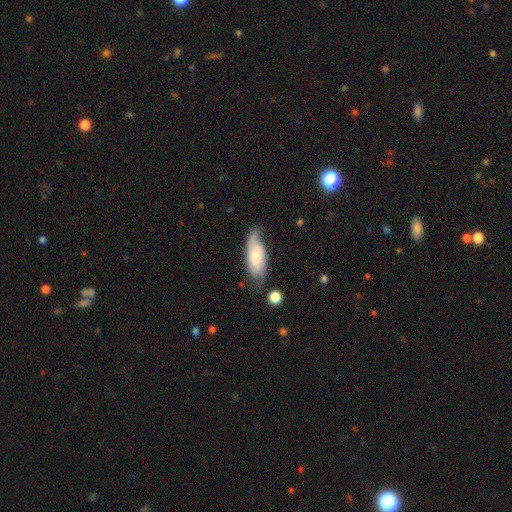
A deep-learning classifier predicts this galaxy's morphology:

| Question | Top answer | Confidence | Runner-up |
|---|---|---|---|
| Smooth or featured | featured or disk | 51% | smooth (43%) |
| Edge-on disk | no | 86% | yes (14%) |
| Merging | none | 59% | minor disturbance (28%) |